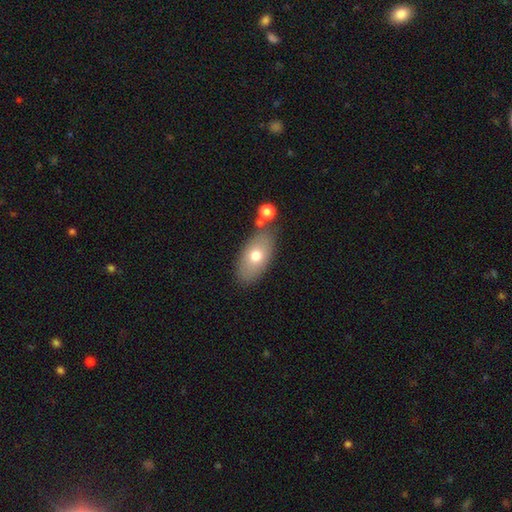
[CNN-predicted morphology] Q: Smooth or featured?
A: smooth (71%); runner-up: featured or disk (22%)
Q: How rounded?
A: in between (90%); runner-up: round (6%)
Q: Merging?
A: none (72%); runner-up: minor disturbance (14%)